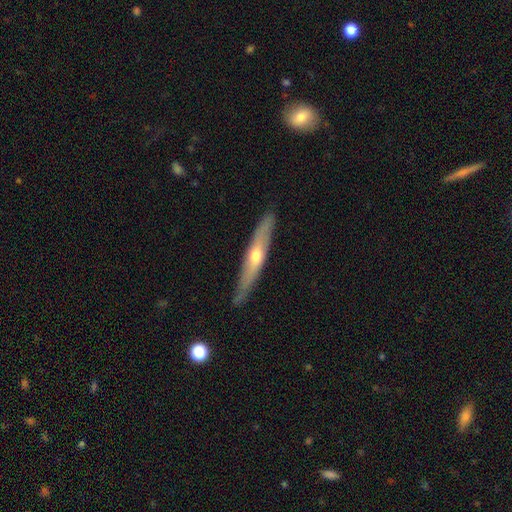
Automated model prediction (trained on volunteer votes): Smooth or featured? featured or disk (58%)
Edge-on disk? yes (86%)
Edge-on bulge? rounded (84%)
Merging? none (83%)